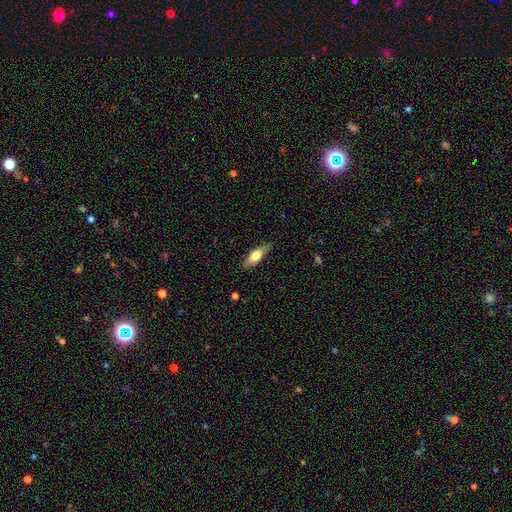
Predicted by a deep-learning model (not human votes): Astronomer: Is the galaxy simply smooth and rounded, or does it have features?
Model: smooth — 60%.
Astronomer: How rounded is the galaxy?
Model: in between — 52% (runner-up: cigar-shaped, 46%).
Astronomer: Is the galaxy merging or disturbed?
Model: none — 83%.